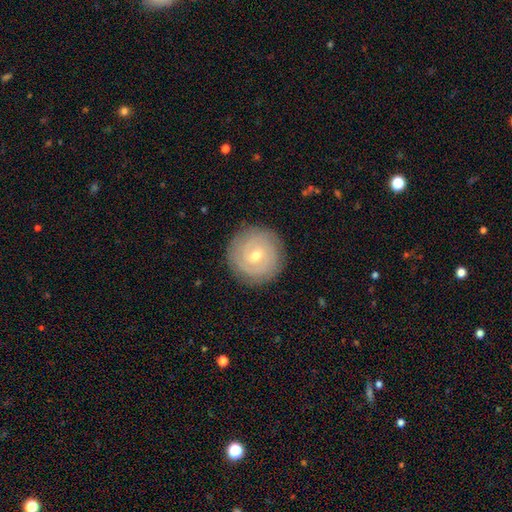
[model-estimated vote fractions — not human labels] Smooth or featured? Predicted: featured or disk (p=0.75). Edge-on disk? Predicted: no (p=0.97). Bar? Predicted: weak (p=0.45). Spiral arms? Predicted: yes (p=0.91). Spiral winding? Predicted: tight (p=0.81). Spiral arm count? Predicted: 2 (p=0.45). Bulge size? Predicted: moderate (p=0.49). Merging? Predicted: none (p=0.88).